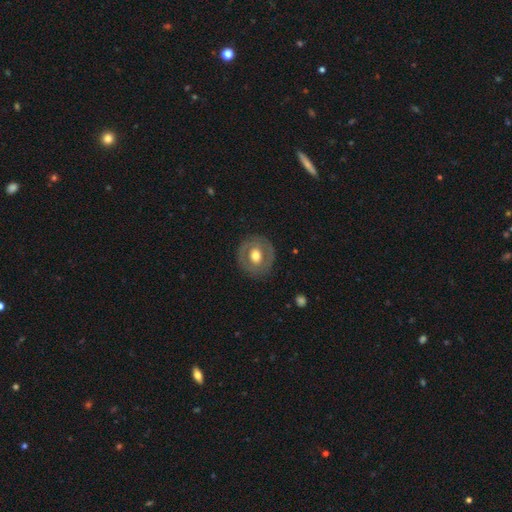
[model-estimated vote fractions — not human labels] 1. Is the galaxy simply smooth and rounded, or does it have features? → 51% featured or disk, 43% smooth, 6% star or artifact.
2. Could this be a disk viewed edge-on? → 95% no, 5% yes.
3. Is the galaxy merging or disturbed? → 84% none, 10% minor disturbance, 4% major disturbance, 1% merger.